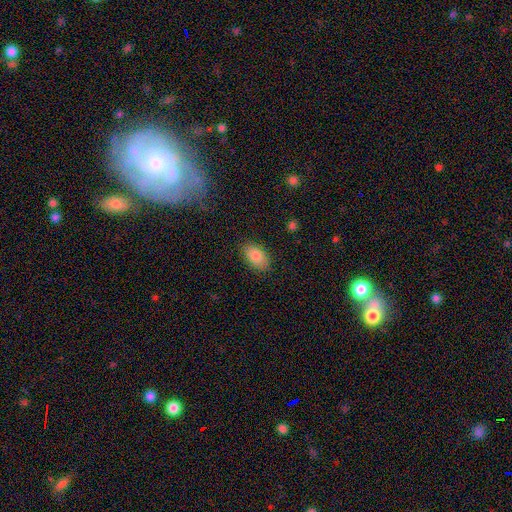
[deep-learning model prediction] This is clearly a smooth galaxy (85%). How rounded: clearly in between (92%). Merging: clearly none (85%).